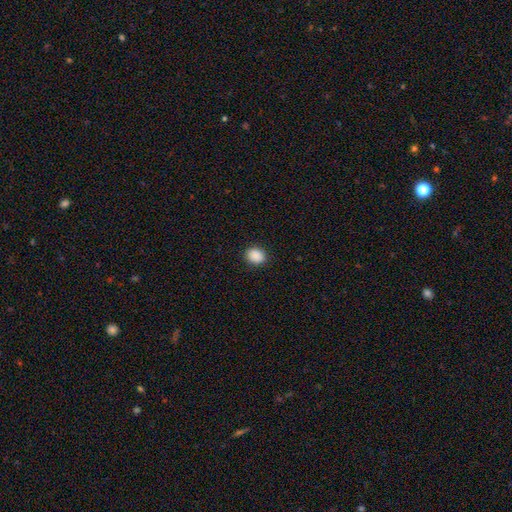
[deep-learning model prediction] This appears to be a smooth galaxy with no disk features (89%) that is round (53%). Merging: none (89%).